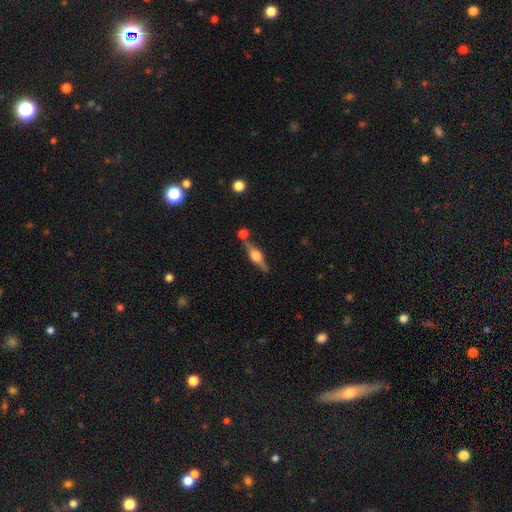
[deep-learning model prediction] Smooth or featured?
  - featured or disk: 73% *
  - smooth: 20%
  - star or artifact: 7%
Edge-on disk?
  - yes: 96% *
  - no: 4%
Edge-on bulge?
  - rounded: 92% *
  - boxy: 6%
  - none: 2%
Merging?
  - none: 73% *
  - merger: 13%
  - minor disturbance: 11%
  - major disturbance: 3%